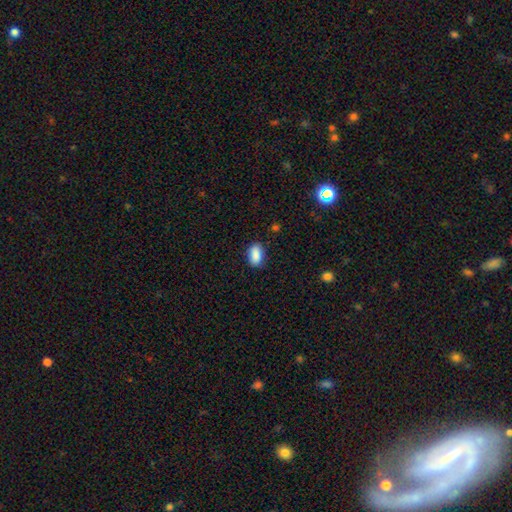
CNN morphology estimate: smooth-or-featured: smooth: 88% | star or artifact: 8% | featured or disk: 4%
  how-rounded: in between: 90% | round: 7% | cigar-shaped: 3%
  merging: none: 81% | minor disturbance: 15% | major disturbance: 3% | merger: 1%